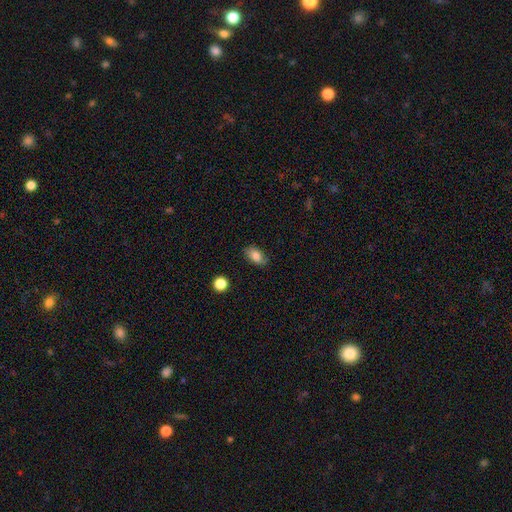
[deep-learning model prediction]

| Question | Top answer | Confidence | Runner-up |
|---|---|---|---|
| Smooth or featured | smooth | 81% | featured or disk (10%) |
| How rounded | in between | 89% | round (8%) |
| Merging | none | 78% | minor disturbance (17%) |